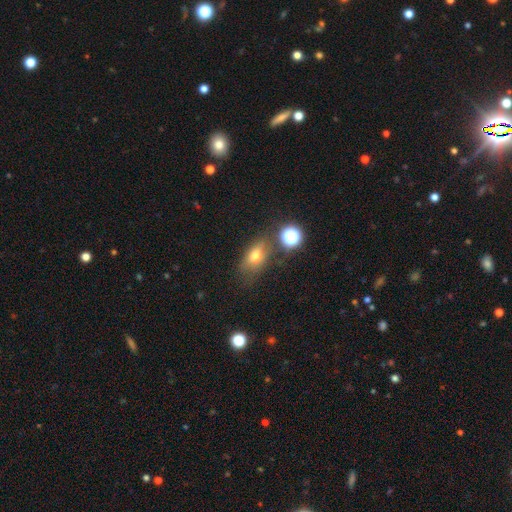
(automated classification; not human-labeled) smooth-or-featured: smooth: 66% | featured or disk: 17% | star or artifact: 17%
  how-rounded: in between: 75% | round: 19% | cigar-shaped: 6%
  merging: none: 63% | minor disturbance: 20% | major disturbance: 9% | merger: 9%